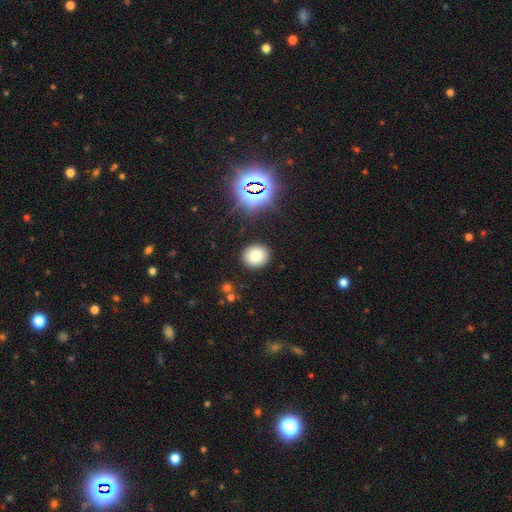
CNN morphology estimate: This is likely a smooth galaxy (78%). How rounded: likely round (77%). Merging: clearly none (89%).